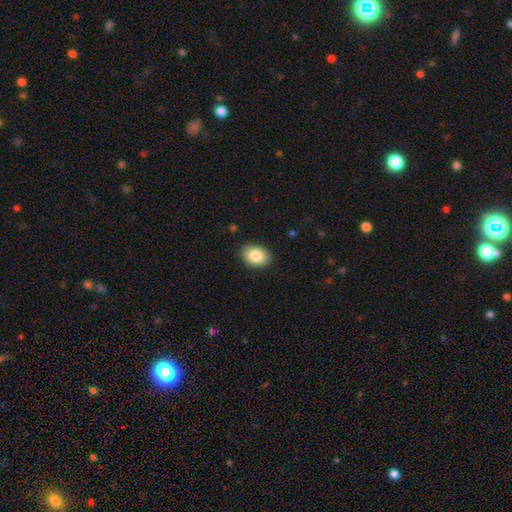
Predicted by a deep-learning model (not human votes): Q: Smooth or featured?
A: smooth (85%); runner-up: star or artifact (8%)
Q: How rounded?
A: in between (76%); runner-up: round (24%)
Q: Merging?
A: none (88%); runner-up: minor disturbance (9%)